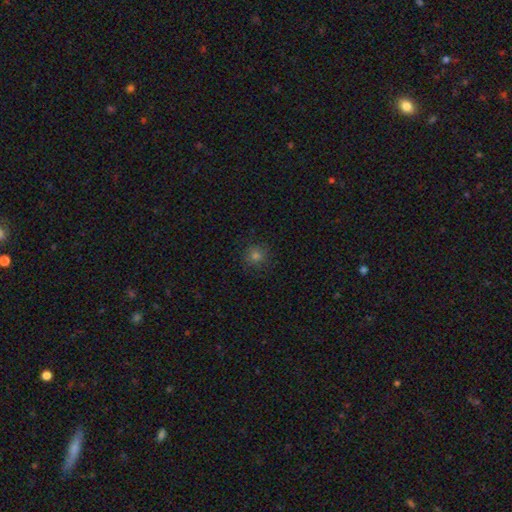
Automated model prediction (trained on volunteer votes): Smooth or featured?
  - smooth: 73% *
  - star or artifact: 20%
  - featured or disk: 6%
How rounded?
  - round: 93% *
  - in between: 6%
  - cigar-shaped: 1%
Merging?
  - none: 89% *
  - minor disturbance: 8%
  - major disturbance: 2%
  - merger: 1%